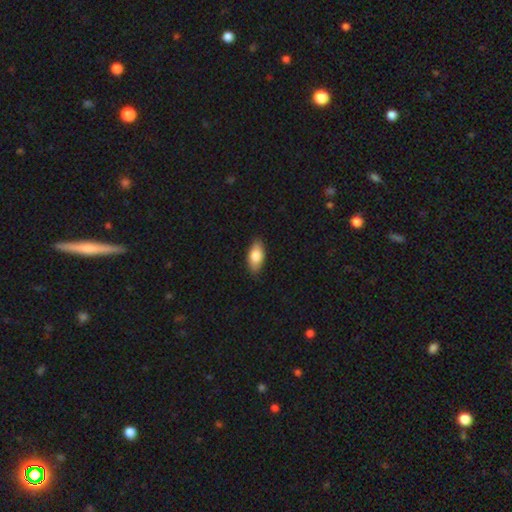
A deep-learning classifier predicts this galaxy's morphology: Smooth or featured?
  - smooth: 81% *
  - featured or disk: 13%
  - star or artifact: 6%
How rounded?
  - in between: 90% *
  - cigar-shaped: 7%
  - round: 3%
Merging?
  - none: 88% *
  - minor disturbance: 9%
  - major disturbance: 2%
  - merger: 1%